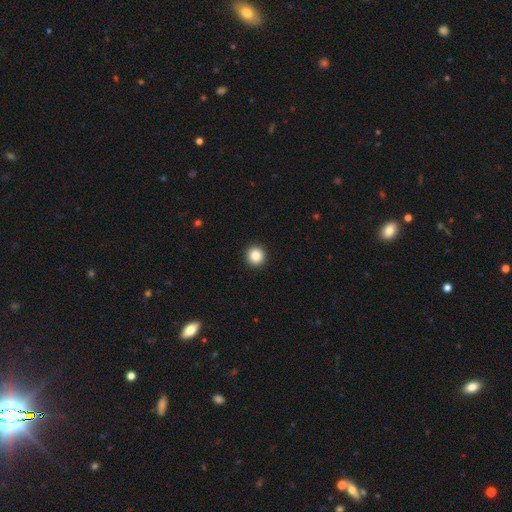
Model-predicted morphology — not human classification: Smooth or featured: smooth — 87% (star or artifact — 10%)
How rounded: round — 95% (in between — 4%)
Merging: none — 94% (minor disturbance — 4%)